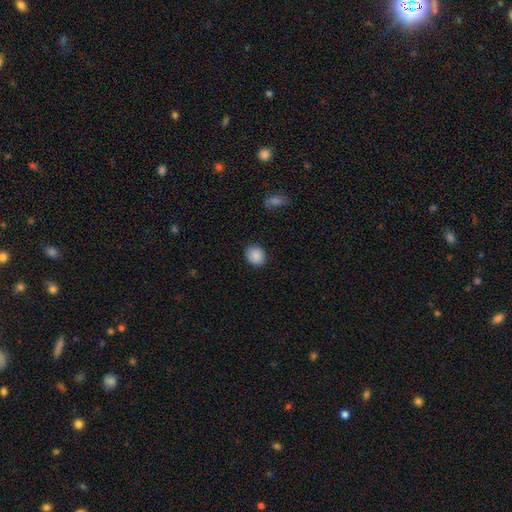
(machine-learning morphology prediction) smooth_or_featured: smooth (p=0.87) [alt: star or artifact p=0.08]
how_rounded: round (p=0.72) [alt: in between p=0.27]
merging: none (p=0.86) [alt: minor disturbance p=0.10]